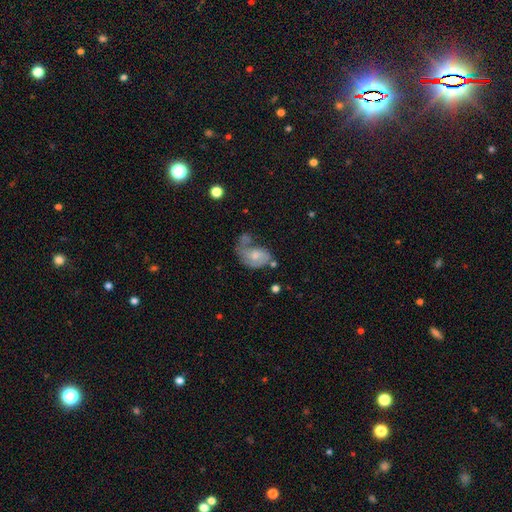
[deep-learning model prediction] Q: Smooth or featured?
A: featured or disk (57%); runner-up: smooth (35%)
Q: Edge-on disk?
A: no (97%); runner-up: yes (3%)
Q: Bar?
A: no (70%); runner-up: weak (26%)
Q: Spiral arms?
A: yes (75%); runner-up: no (25%)
Q: Bulge size?
A: moderate (47%); runner-up: small (38%)
Q: Merging?
A: major disturbance (34%); runner-up: none (25%)